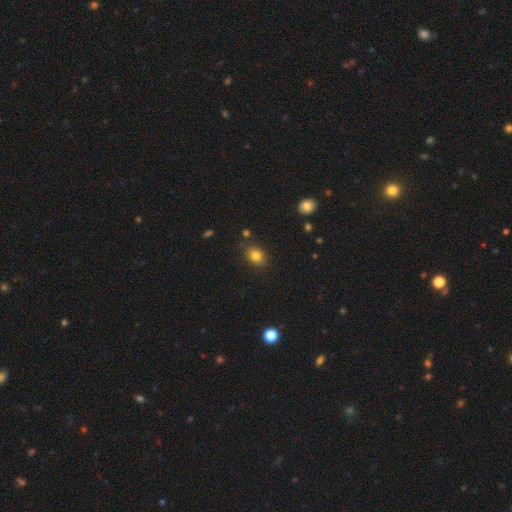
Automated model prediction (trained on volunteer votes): A smooth galaxy with no disk features (81%) that is round (50%).

Vote fractions:
- Smooth or featured? smooth: 81% / star or artifact: 12% / featured or disk: 7%
- How rounded? round: 50% / in between: 48% / cigar-shaped: 1%
- Merging? none: 83% / minor disturbance: 11% / merger: 3% / major disturbance: 3%